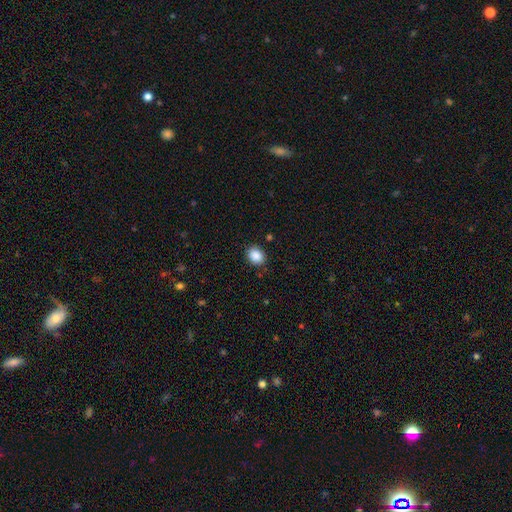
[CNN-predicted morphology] smooth_or_featured: smooth (p=0.89) [alt: star or artifact p=0.08]
how_rounded: in between (p=0.50) [alt: round p=0.49]
merging: none (p=0.87) [alt: minor disturbance p=0.09]